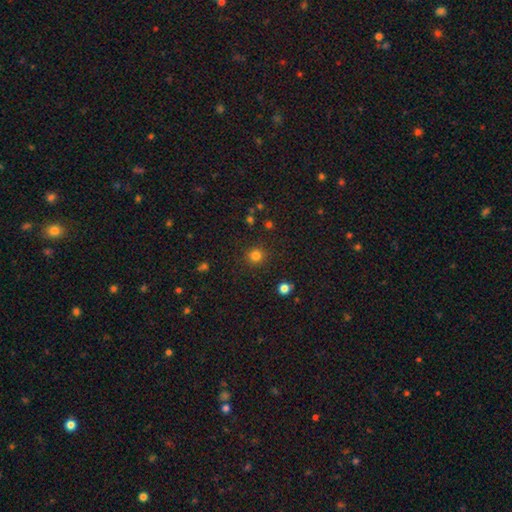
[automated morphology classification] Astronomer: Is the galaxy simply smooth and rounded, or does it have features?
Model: smooth — 81%.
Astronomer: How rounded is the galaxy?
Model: round — 93%.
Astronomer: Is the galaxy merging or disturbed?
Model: none — 89%.